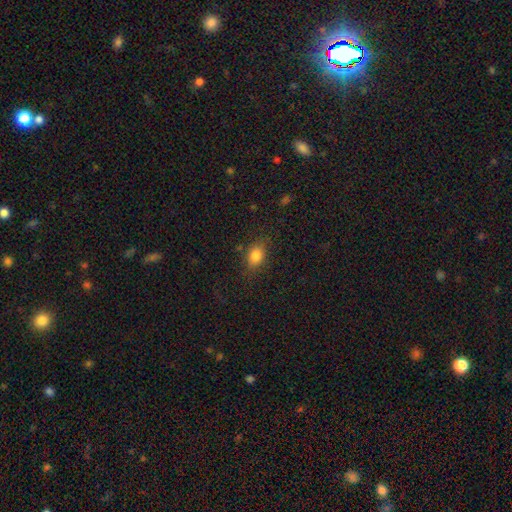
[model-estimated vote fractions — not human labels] This appears to be a smooth galaxy with no disk features (82%) that is in between round and cigar-shaped (70%). Merging: none (80%).